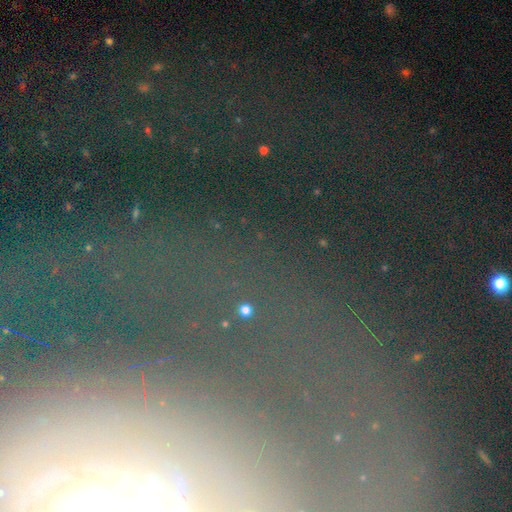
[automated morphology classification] A star or artifact, not a galaxy (59%).

Vote fractions:
- Smooth or featured? star or artifact: 59% / featured or disk: 23% / smooth: 18%